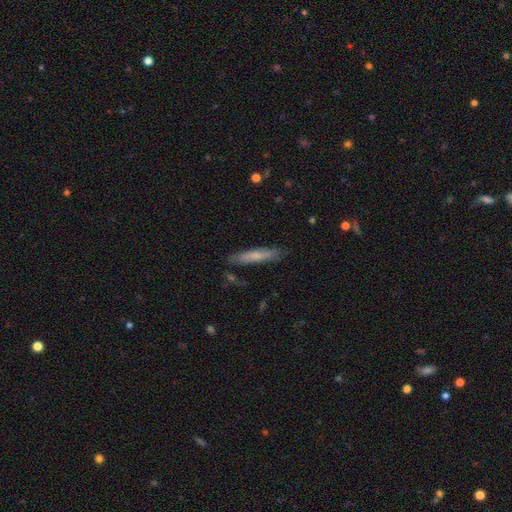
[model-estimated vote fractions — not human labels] The model was most divided on "smooth or featured": smooth: 63%, featured or disk: 31%, star or artifact: 7%. More confident: how rounded — cigar-shaped (92%); merging — none (85%).